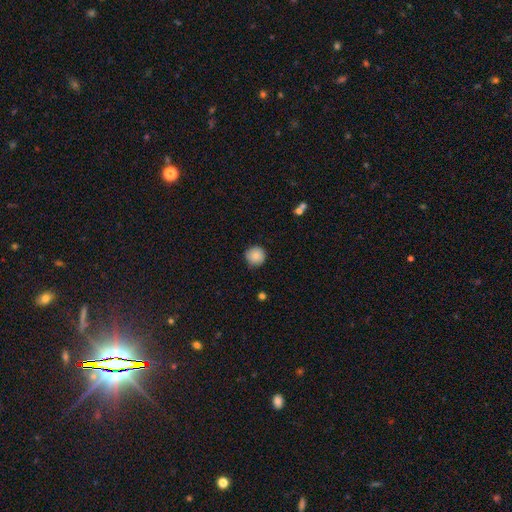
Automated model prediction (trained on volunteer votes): Overall: smooth (85%). How rounded: round (95%). Merging: none (86%).